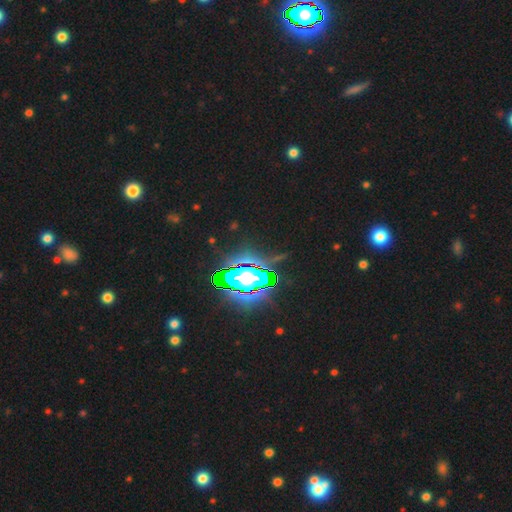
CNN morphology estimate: This appears to be a star or artifact, not a galaxy (84%).